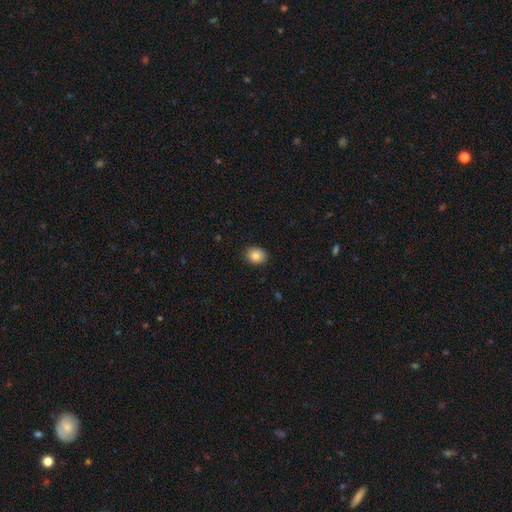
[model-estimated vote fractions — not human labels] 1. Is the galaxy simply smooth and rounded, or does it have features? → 84% smooth, 9% star or artifact, 7% featured or disk.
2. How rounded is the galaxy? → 53% round, 46% in between, 1% cigar-shaped.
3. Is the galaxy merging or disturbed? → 89% none, 9% minor disturbance, 2% major disturbance, 1% merger.